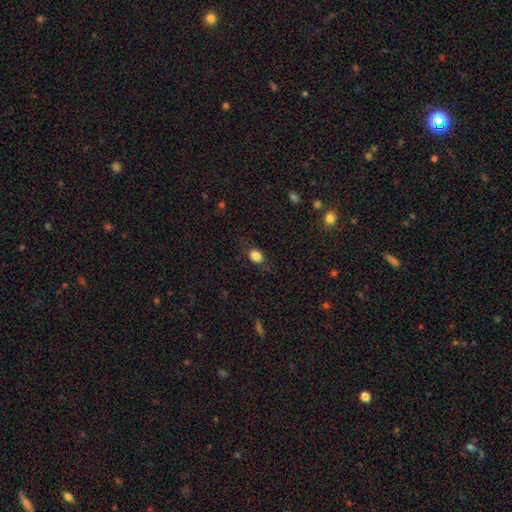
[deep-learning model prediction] Smooth or featured? Predicted: smooth (p=0.85). How rounded? Predicted: in between (p=0.60). Merging? Predicted: none (p=0.81).